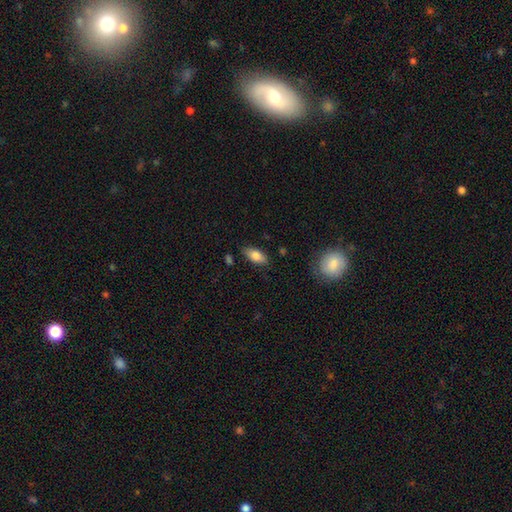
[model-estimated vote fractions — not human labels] Smooth or featured? smooth (80%)
How rounded? in between (87%)
Merging? none (83%)